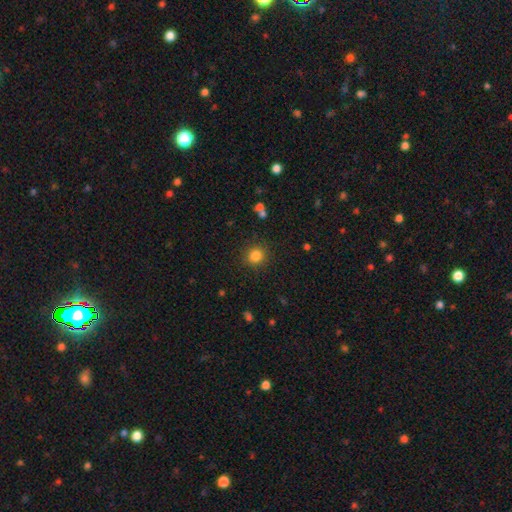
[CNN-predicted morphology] Smooth or featured?
  - smooth: 83% *
  - star or artifact: 12%
  - featured or disk: 5%
How rounded?
  - round: 87% *
  - in between: 12%
  - cigar-shaped: 1%
Merging?
  - none: 87% *
  - minor disturbance: 8%
  - major disturbance: 3%
  - merger: 2%